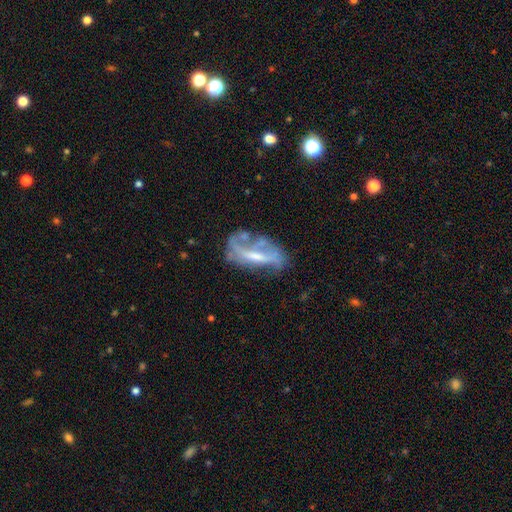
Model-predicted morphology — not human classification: The model was most divided on "bulge size" (2-way tie): moderate: 37%, small: 37%, none: 20%, large: 4%, dominant: 1%. Remaining: edge-on disk — no (84%); smooth or featured — featured or disk (65%); spiral arms — no (54%); merging — none (38%); bar — no (37%).